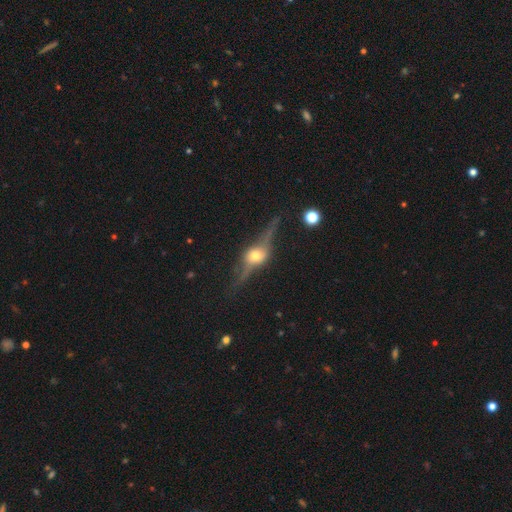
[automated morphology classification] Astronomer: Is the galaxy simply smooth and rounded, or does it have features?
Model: featured or disk — 82%.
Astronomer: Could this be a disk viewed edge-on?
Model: yes — 92%.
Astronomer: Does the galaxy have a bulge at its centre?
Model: rounded — 94%.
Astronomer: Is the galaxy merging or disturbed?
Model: none — 74%.